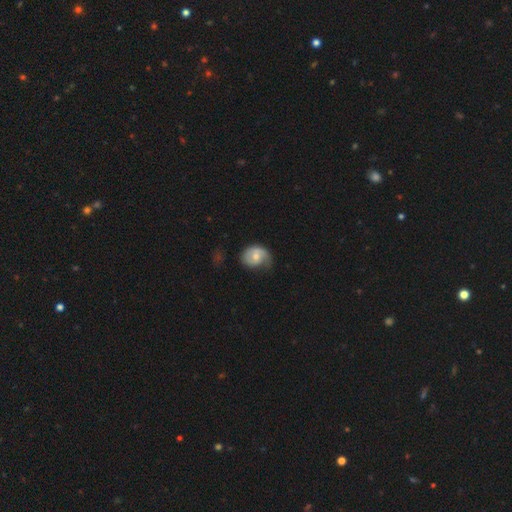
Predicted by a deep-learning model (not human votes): This is possibly a featured or disk galaxy (53%). It is clearly not viewed edge-on (97%). Bar: likely no (62%). Spiral arm pattern: likely yes (78%). Central bulge: possibly moderate (52%). Merging: marginally none (43%).